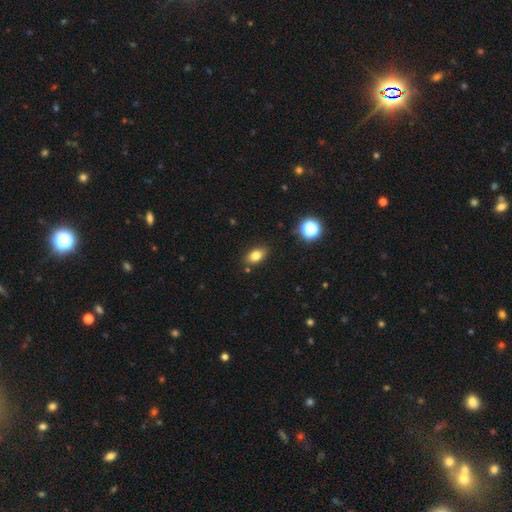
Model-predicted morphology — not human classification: Smooth or featured?
  - smooth: 81% *
  - star or artifact: 11%
  - featured or disk: 8%
How rounded?
  - in between: 84% *
  - round: 13%
  - cigar-shaped: 3%
Merging?
  - none: 84% *
  - minor disturbance: 11%
  - major disturbance: 2%
  - merger: 2%